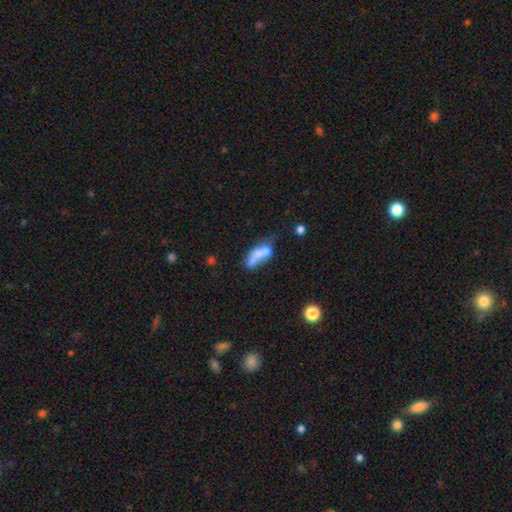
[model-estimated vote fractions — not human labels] smooth 60%, featured or disk 28%, star or artifact 11%. Down the decision tree: how rounded — in between (70%); merging — merger (38%).